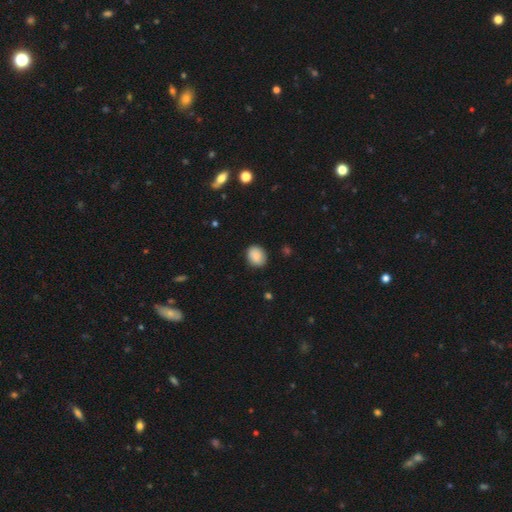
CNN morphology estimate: A smooth galaxy with no disk features (88%) that is in between round and cigar-shaped (51%).

Vote fractions:
- Smooth or featured? smooth: 88% / star or artifact: 7% / featured or disk: 4%
- How rounded? in between: 51% / round: 48% / cigar-shaped: 1%
- Merging? none: 87% / minor disturbance: 10% / major disturbance: 2% / merger: 1%